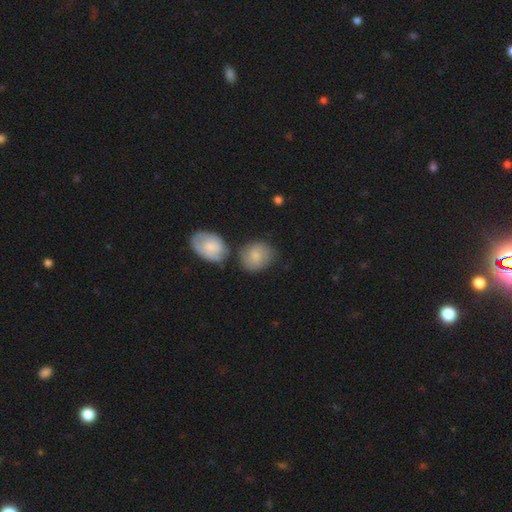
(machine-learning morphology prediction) Smooth or featured? smooth (74%)
How rounded? round (70%)
Merging? none (60%)